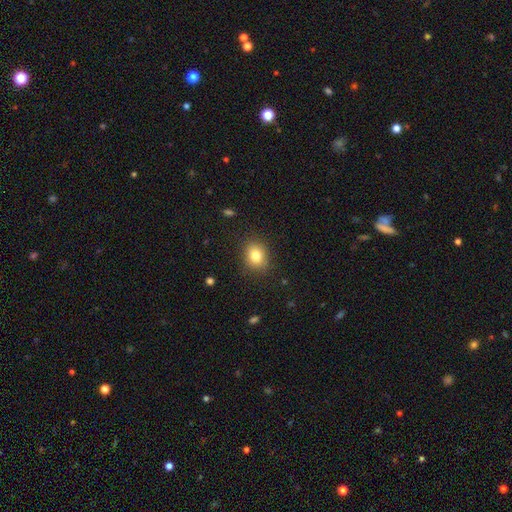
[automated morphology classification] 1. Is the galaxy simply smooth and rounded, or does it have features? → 81% smooth, 11% star or artifact, 8% featured or disk.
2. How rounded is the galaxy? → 53% round, 46% in between, 1% cigar-shaped.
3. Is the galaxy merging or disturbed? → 86% none, 10% minor disturbance, 3% major disturbance, 1% merger.